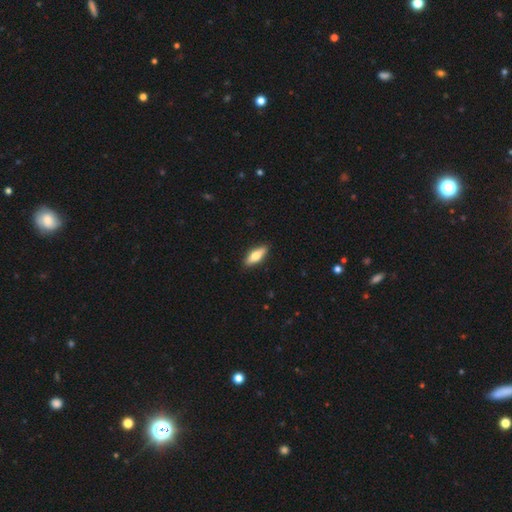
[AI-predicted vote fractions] This is likely a smooth galaxy (64%). How rounded: possibly in between (56%). Merging: clearly none (89%).